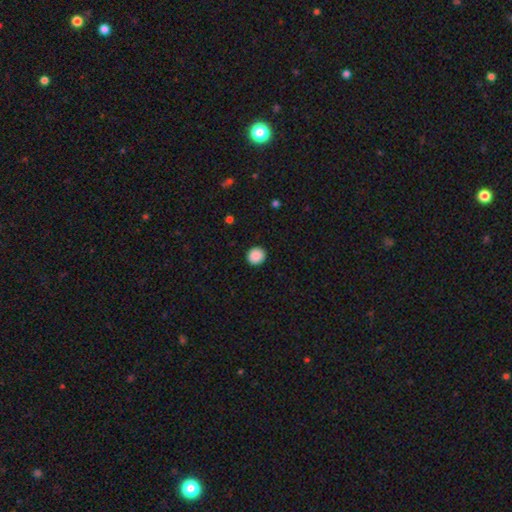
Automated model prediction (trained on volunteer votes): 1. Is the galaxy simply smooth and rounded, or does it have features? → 89% smooth, 8% star or artifact, 3% featured or disk.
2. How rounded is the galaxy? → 89% round, 10% in between, 1% cigar-shaped.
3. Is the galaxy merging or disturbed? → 92% none, 5% minor disturbance, 2% major disturbance, 1% merger.